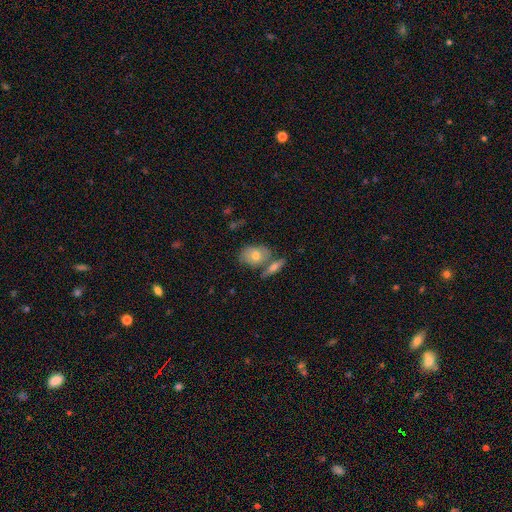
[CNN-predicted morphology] The model was most divided on "merging": none: 53%, merger: 28%, minor disturbance: 14%, major disturbance: 4%. More confident: how rounded — in between (74%); smooth or featured — smooth (70%).